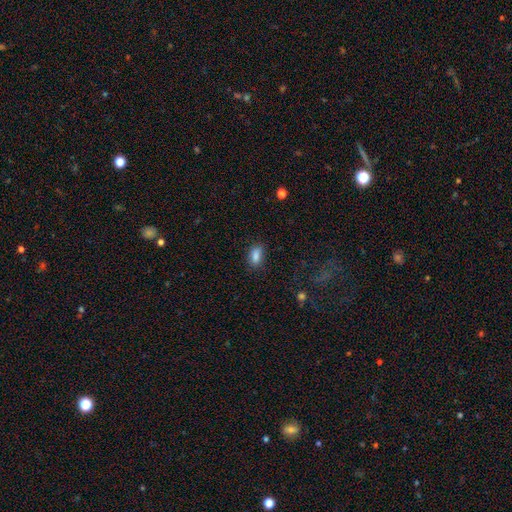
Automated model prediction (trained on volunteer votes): Q: Smooth or featured?
A: smooth (85%); runner-up: star or artifact (10%)
Q: How rounded?
A: in between (86%); runner-up: cigar-shaped (7%)
Q: Merging?
A: none (80%); runner-up: minor disturbance (14%)